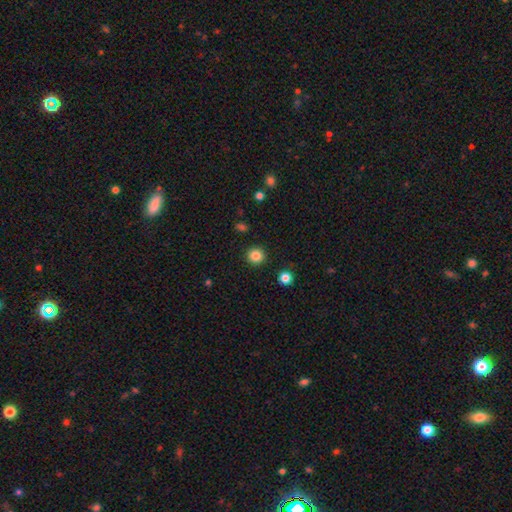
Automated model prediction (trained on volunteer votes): This appears to be a smooth galaxy with no disk features (84%) that is round (94%). Merging: none (92%).